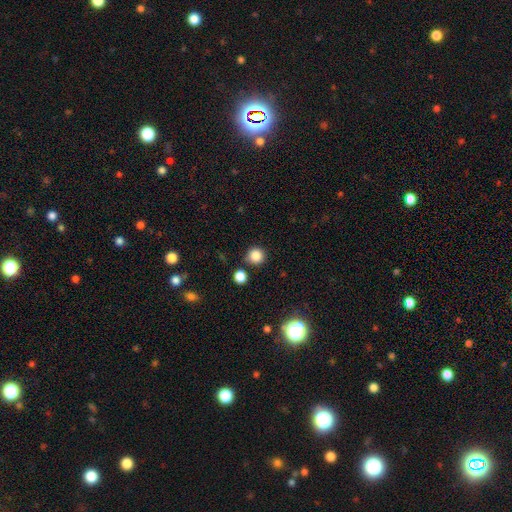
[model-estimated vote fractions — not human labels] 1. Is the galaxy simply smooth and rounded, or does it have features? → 84% smooth, 12% star or artifact, 4% featured or disk.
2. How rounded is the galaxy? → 93% round, 6% in between, 1% cigar-shaped.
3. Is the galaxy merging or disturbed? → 82% none, 9% minor disturbance, 6% merger, 3% major disturbance.